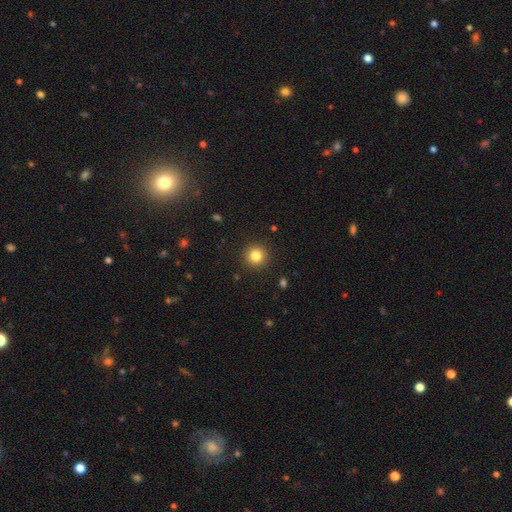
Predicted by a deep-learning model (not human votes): Morphology: type=smooth (82%); roundness=round (95%); merging=none (92%).